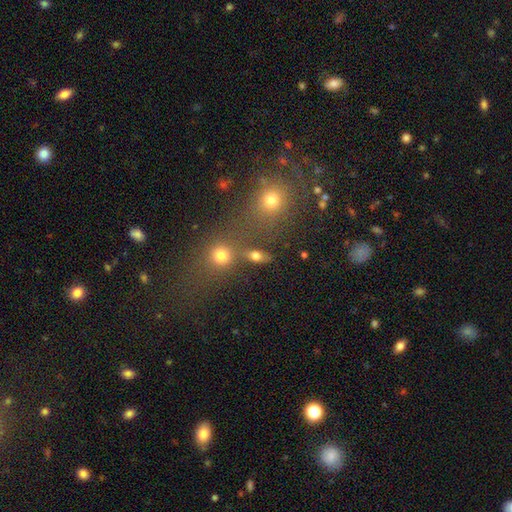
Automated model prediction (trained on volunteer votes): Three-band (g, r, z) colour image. It shows a smooth galaxy with no disk features (72%) that is in between round and cigar-shaped (61%). Merging: none (69%).